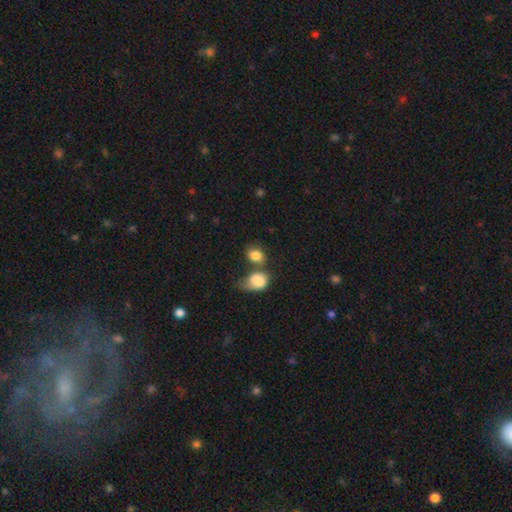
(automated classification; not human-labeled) Q: Smooth or featured?
A: smooth (84%); runner-up: featured or disk (8%)
Q: How rounded?
A: in between (57%); runner-up: round (41%)
Q: Merging?
A: merger (39%); runner-up: none (38%)